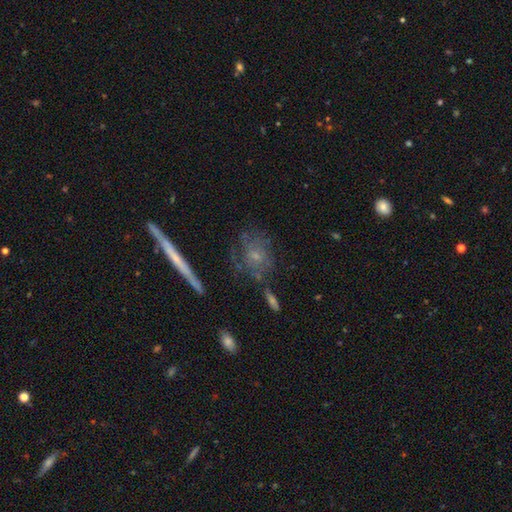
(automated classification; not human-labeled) featured or disk 52%, smooth 35%, star or artifact 13%. Down the decision tree: edge-on disk — no (78%); merging — none (63%).